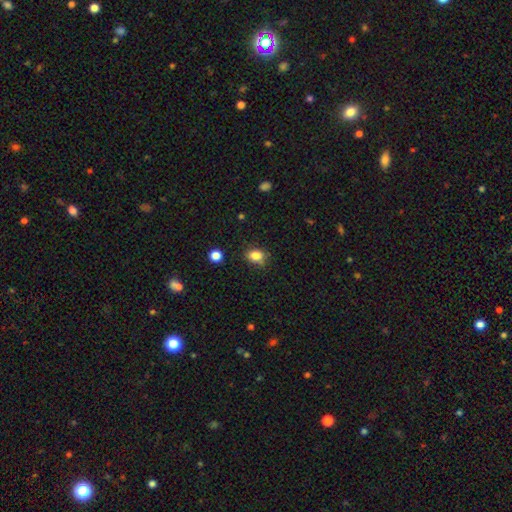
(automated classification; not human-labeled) Smooth or featured: smooth — 84% (star or artifact — 11%)
How rounded: in between — 64% (round — 35%)
Merging: none — 76% (minor disturbance — 17%)